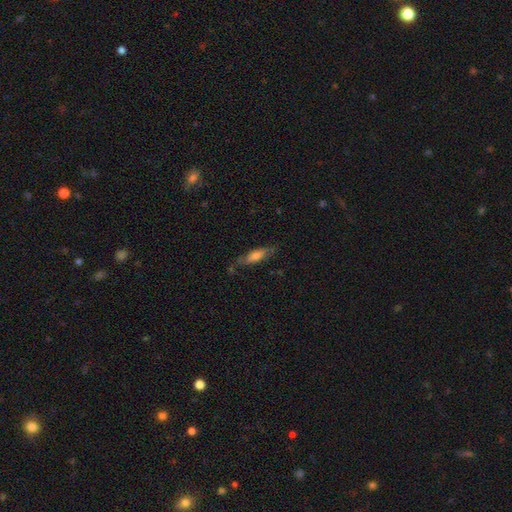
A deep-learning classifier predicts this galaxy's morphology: A smooth galaxy with no disk features (58%) that is cigar-shaped (57%). Merging: none (70%).